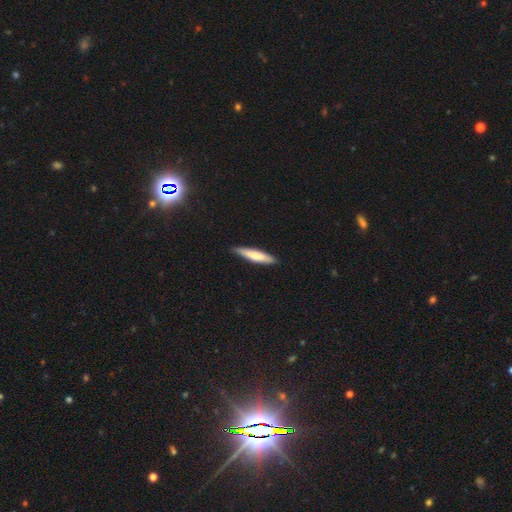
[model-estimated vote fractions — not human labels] This appears to be a smooth galaxy with no disk features (67%) that is cigar-shaped (85%). Merging: none (86%).